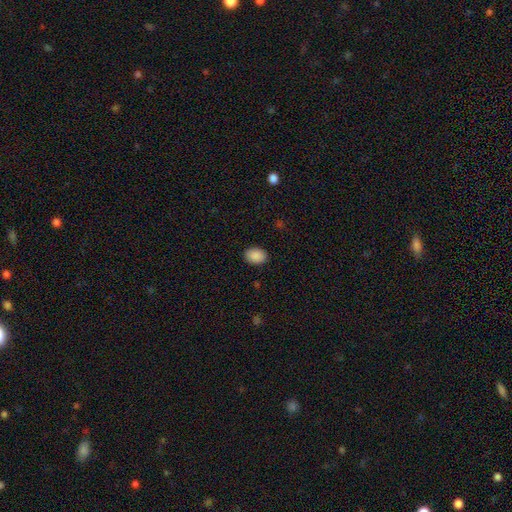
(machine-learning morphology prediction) Smooth or featured? Predicted: smooth (p=0.90). How rounded? Predicted: in between (p=0.77). Merging? Predicted: none (p=0.89).